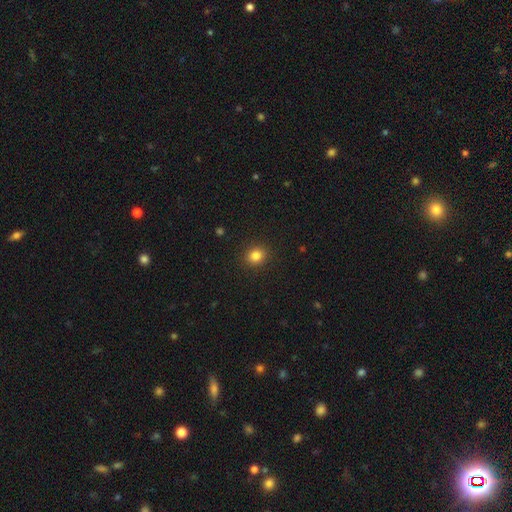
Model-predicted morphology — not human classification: smooth_or_featured: smooth (p=0.84) [alt: star or artifact p=0.11]
how_rounded: round (p=0.77) [alt: in between p=0.22]
merging: none (p=0.91) [alt: minor disturbance p=0.06]